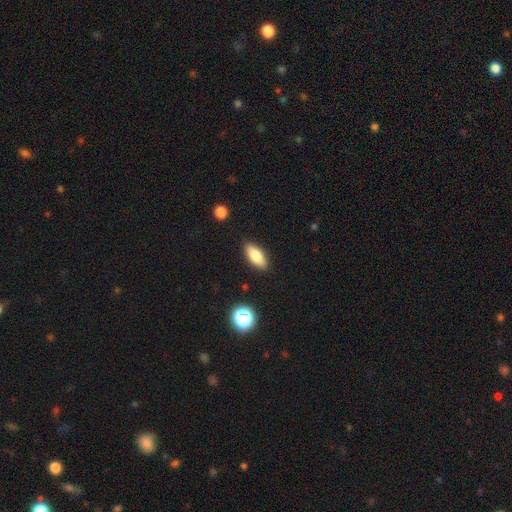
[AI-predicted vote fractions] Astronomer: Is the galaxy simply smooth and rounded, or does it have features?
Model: smooth — 79%.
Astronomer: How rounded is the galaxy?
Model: in between — 83%.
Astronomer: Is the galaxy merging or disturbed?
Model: none — 88%.